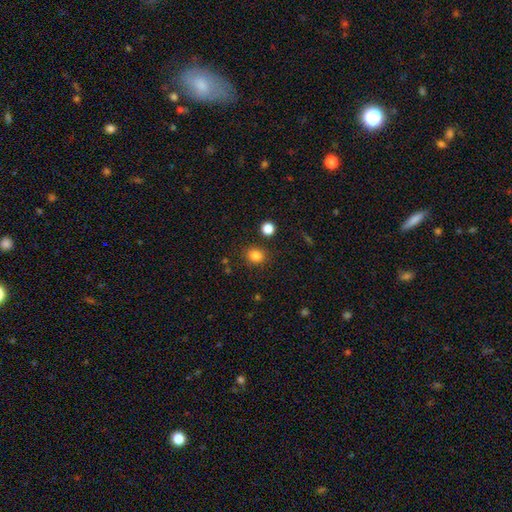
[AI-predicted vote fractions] Smooth or featured? smooth (83%)
How rounded? round (71%)
Merging? none (84%)